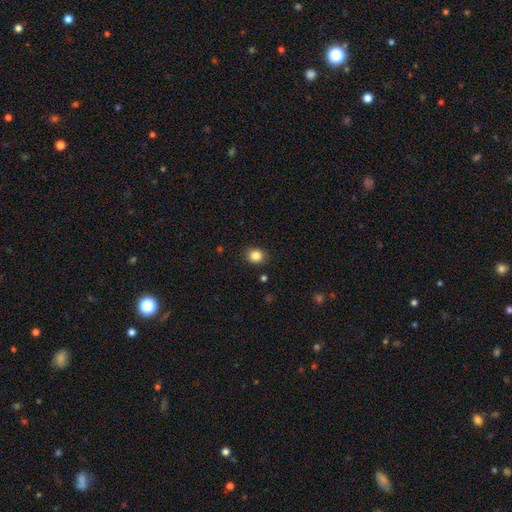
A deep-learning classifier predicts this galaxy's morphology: smooth 84%, star or artifact 11%, featured or disk 5%. Down the decision tree: how rounded — round (74%); merging — none (89%).